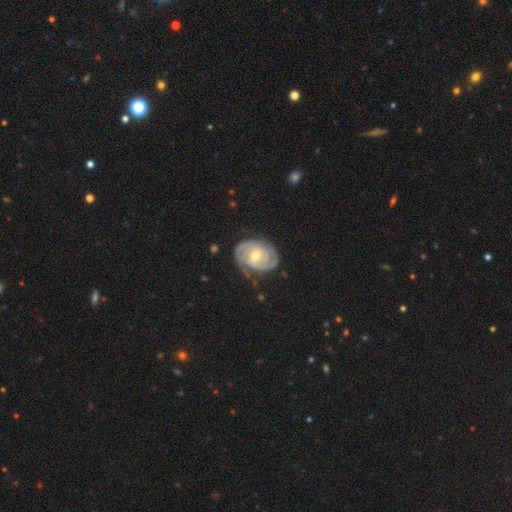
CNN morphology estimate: Q: Smooth or featured?
A: featured or disk (87%); runner-up: smooth (9%)
Q: Edge-on disk?
A: no (98%); runner-up: yes (2%)
Q: Bar?
A: weak (46%); runner-up: no (41%)
Q: Spiral arms?
A: yes (96%); runner-up: no (4%)
Q: Spiral winding?
A: tight (63%); runner-up: medium (30%)
Q: Spiral arm count?
A: 2 (57%); runner-up: 3 (16%)
Q: Bulge size?
A: moderate (53%); runner-up: small (43%)
Q: Merging?
A: none (73%); runner-up: minor disturbance (19%)